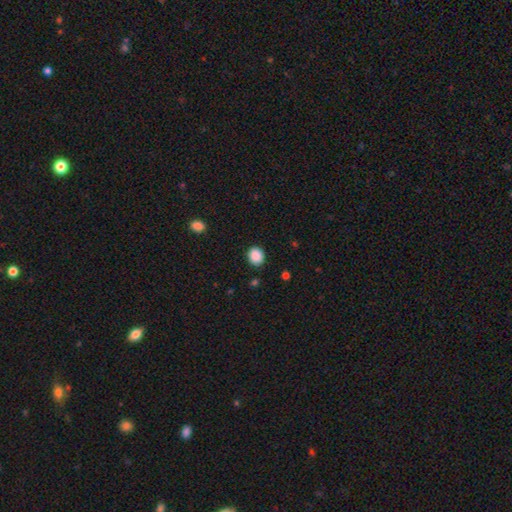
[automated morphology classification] Q: Smooth or featured?
A: smooth (89%); runner-up: star or artifact (9%)
Q: How rounded?
A: round (64%); runner-up: in between (35%)
Q: Merging?
A: none (87%); runner-up: minor disturbance (9%)